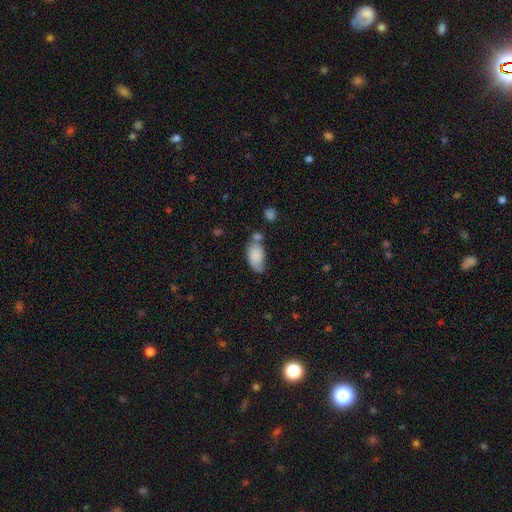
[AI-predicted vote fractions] smooth_or_featured: smooth (p=0.83) [alt: featured or disk p=0.10]
how_rounded: in between (p=0.93) [alt: round p=0.04]
merging: none (p=0.42) [alt: minor disturbance p=0.29]